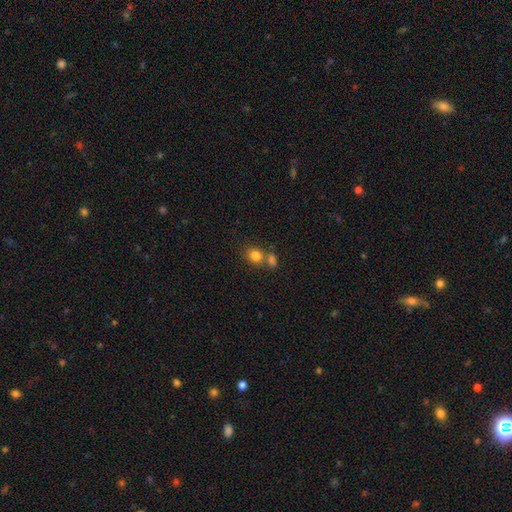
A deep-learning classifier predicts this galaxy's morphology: Smooth or featured? Predicted: smooth (p=0.82). How rounded? Predicted: round (p=0.72). Merging? Predicted: none (p=0.52).